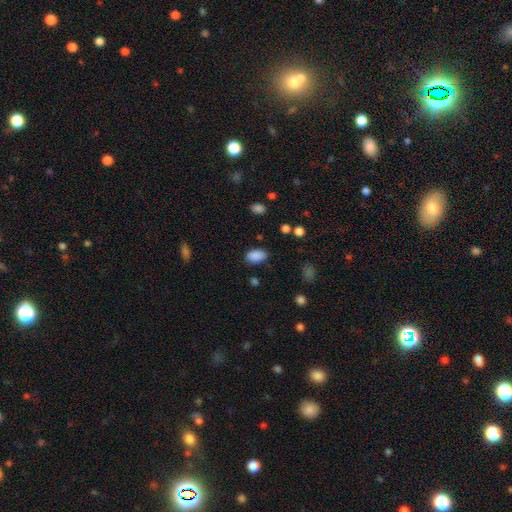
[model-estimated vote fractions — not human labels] Smooth or featured? smooth (88%)
How rounded? in between (90%)
Merging? none (83%)